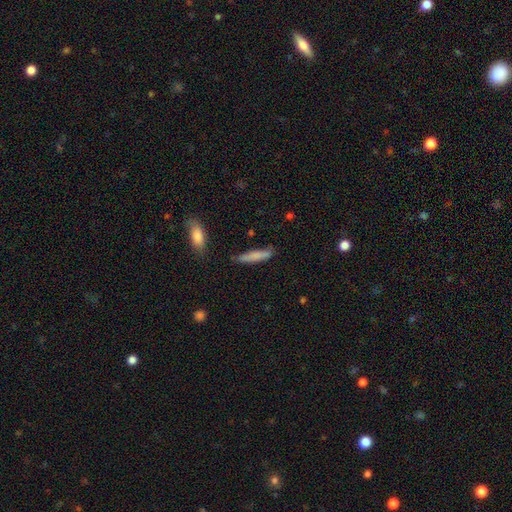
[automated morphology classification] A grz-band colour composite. It shows a smooth galaxy with no disk features (78%) that is cigar-shaped (87%). Merging: none (75%).